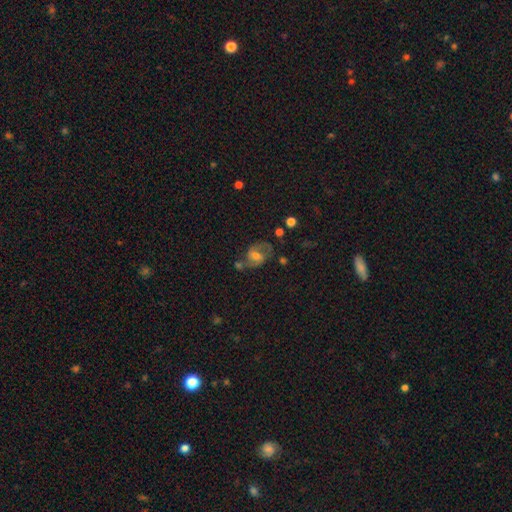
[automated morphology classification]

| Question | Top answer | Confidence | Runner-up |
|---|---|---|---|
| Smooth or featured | featured or disk | 57% | smooth (32%) |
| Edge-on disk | no | 96% | yes (4%) |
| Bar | weak | 46% | no (37%) |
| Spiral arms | yes | 76% | no (24%) |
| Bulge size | moderate | 49% | small (27%) |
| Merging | none | 47% | minor disturbance (22%) |